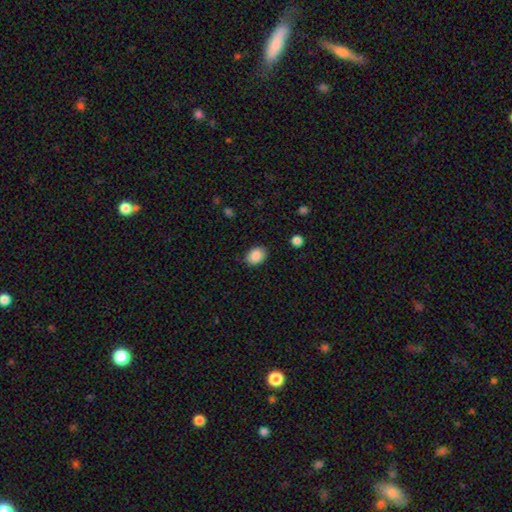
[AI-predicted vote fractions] Q: Smooth or featured?
A: smooth (89%); runner-up: star or artifact (7%)
Q: How rounded?
A: in between (75%); runner-up: round (24%)
Q: Merging?
A: none (83%); runner-up: minor disturbance (13%)